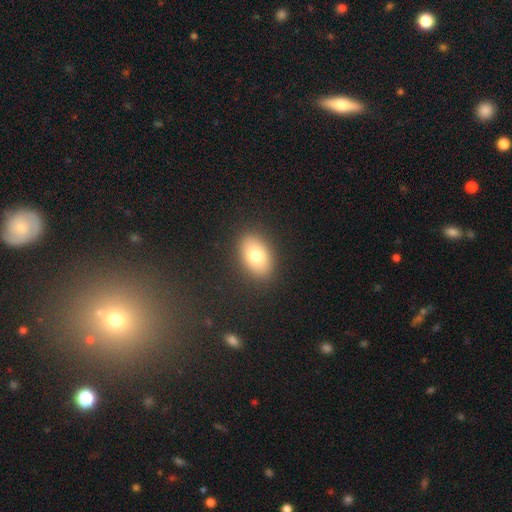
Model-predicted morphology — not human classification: Smooth or featured?
  - smooth: 77% *
  - featured or disk: 14%
  - star or artifact: 9%
How rounded?
  - in between: 87% *
  - round: 12%
  - cigar-shaped: 1%
Merging?
  - none: 88% *
  - minor disturbance: 8%
  - major disturbance: 3%
  - merger: 1%